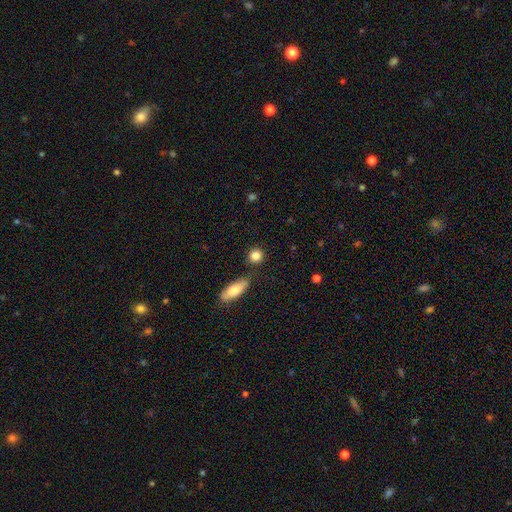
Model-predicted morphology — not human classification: type=smooth (85%); roundness=round (84%); merging=none (79%).